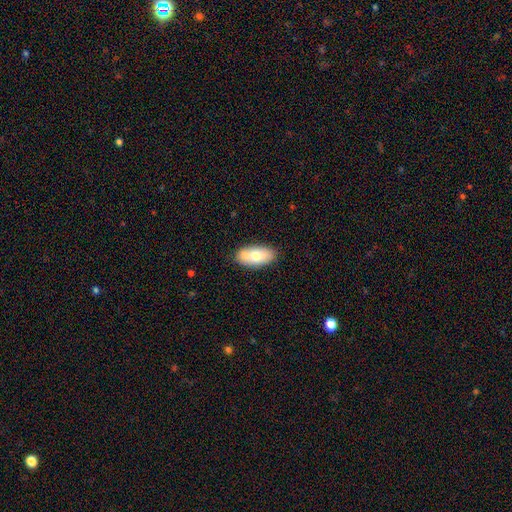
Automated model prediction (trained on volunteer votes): Smooth or featured? Predicted: smooth (p=0.71). How rounded? Predicted: in between (p=0.92). Merging? Predicted: none (p=0.79).